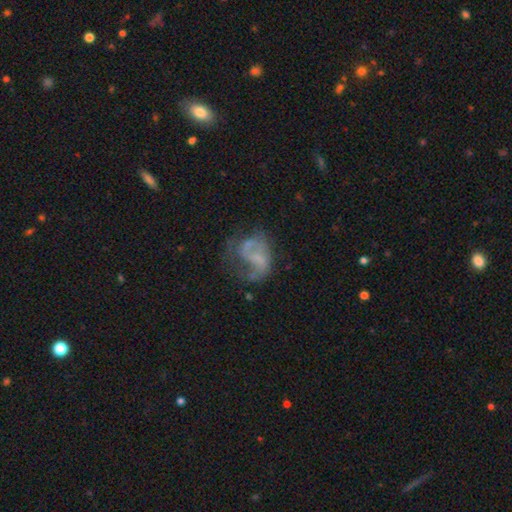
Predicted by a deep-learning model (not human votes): A featured or disk galaxy (61%) with no bar (64%), spiral arms (59%) and no central bulge (57%). Merging: major disturbance (37%).